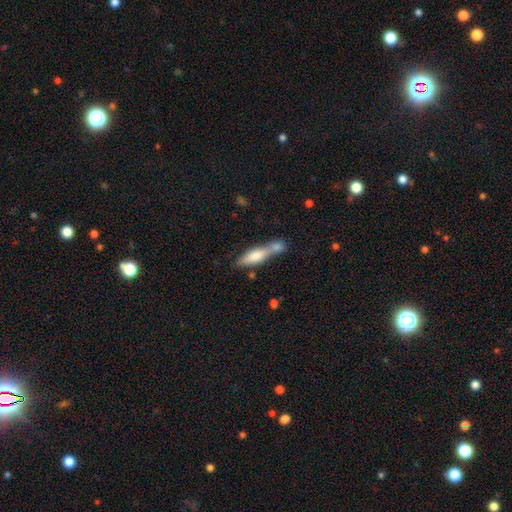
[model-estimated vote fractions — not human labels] This is likely a smooth galaxy (67%). How rounded: likely cigar-shaped (63%). Merging: possibly merger (47%).